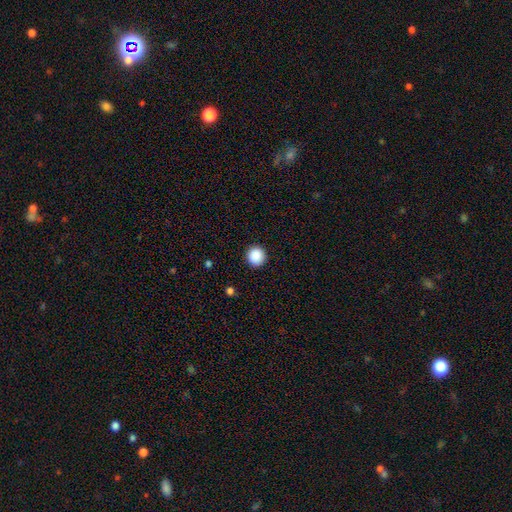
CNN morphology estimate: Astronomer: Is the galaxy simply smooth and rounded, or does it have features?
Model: smooth — 89%.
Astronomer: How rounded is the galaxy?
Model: round — 94%.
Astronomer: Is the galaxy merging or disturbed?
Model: none — 92%.